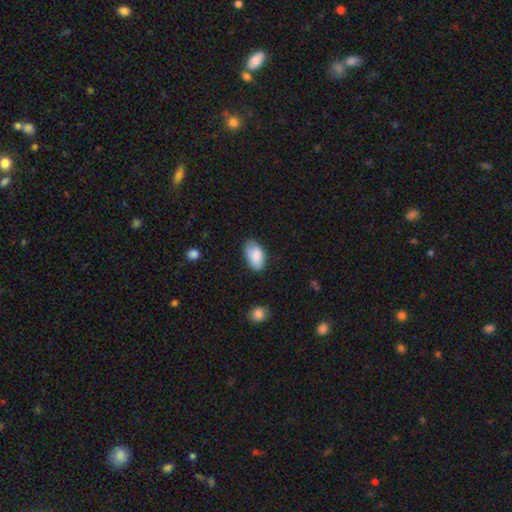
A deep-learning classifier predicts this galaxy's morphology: This is clearly a smooth galaxy (87%). How rounded: clearly in between (94%). Merging: likely none (74%).